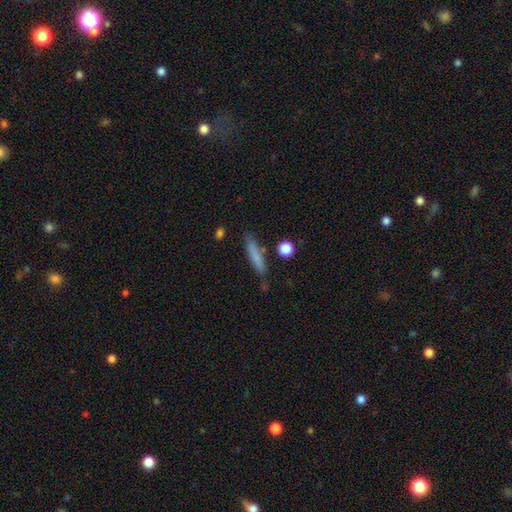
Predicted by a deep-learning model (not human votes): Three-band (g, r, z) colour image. It shows a smooth galaxy with no disk features (76%) that is cigar-shaped (86%). Merging: none (79%).